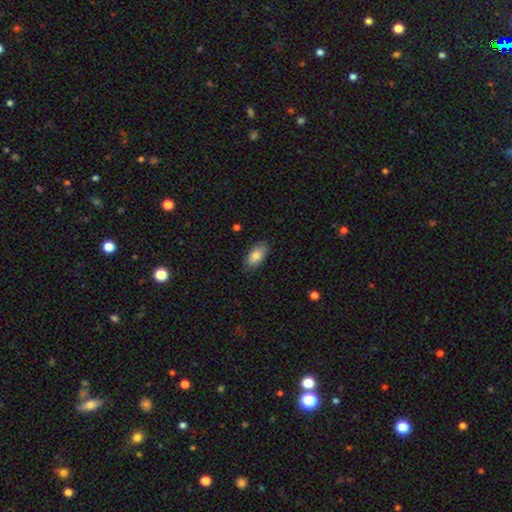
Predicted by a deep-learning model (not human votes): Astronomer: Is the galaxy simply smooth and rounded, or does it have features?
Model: smooth — 82%.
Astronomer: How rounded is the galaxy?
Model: in between — 91%.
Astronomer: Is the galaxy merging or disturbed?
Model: none — 85%.